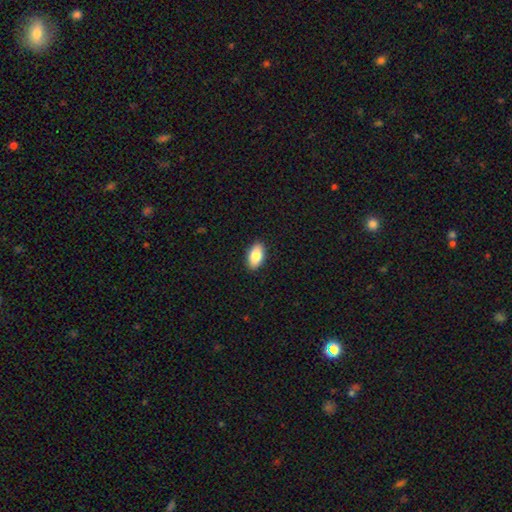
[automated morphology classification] type=smooth (84%); roundness=in between (93%); merging=none (91%).